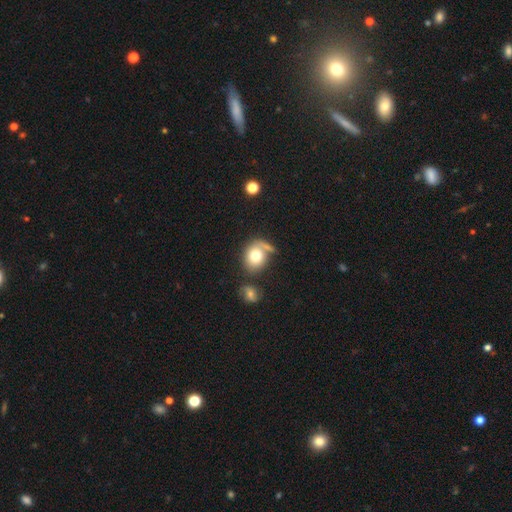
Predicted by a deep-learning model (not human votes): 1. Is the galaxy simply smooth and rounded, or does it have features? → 74% smooth, 17% featured or disk, 9% star or artifact.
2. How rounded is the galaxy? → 63% round, 36% in between, 1% cigar-shaped.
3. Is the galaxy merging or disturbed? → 50% none, 21% merger, 18% minor disturbance, 11% major disturbance.